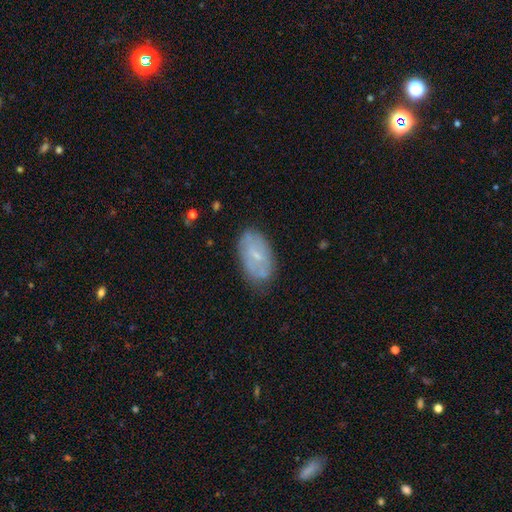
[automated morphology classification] type=featured or disk (51%); edge-on=no (93%); merging=none (72%).